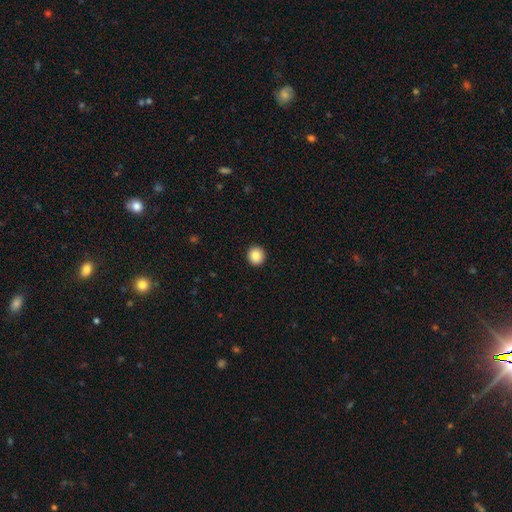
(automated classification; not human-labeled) smooth-or-featured: smooth: 87% | star or artifact: 9% | featured or disk: 5%
  how-rounded: round: 93% | in between: 6% | cigar-shaped: 1%
  merging: none: 93% | minor disturbance: 4% | major disturbance: 1% | merger: 1%